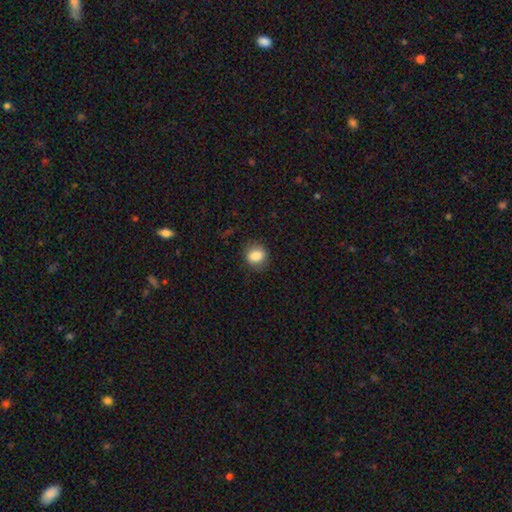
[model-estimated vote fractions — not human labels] Smooth or featured? smooth (83%)
How rounded? round (67%)
Merging? none (83%)